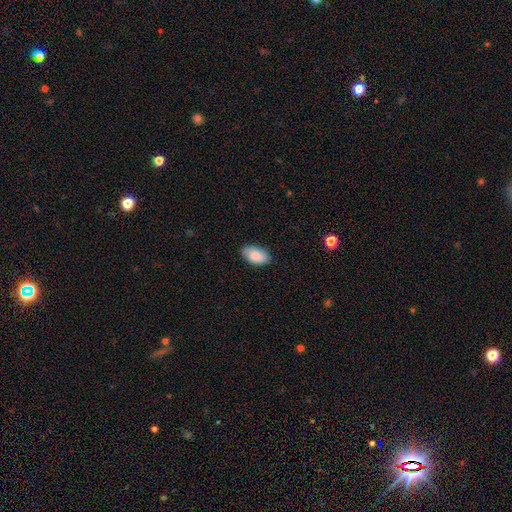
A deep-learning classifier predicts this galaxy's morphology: smooth 85%, featured or disk 8%, star or artifact 6%. Down the decision tree: how rounded — in between (94%); merging — none (84%).